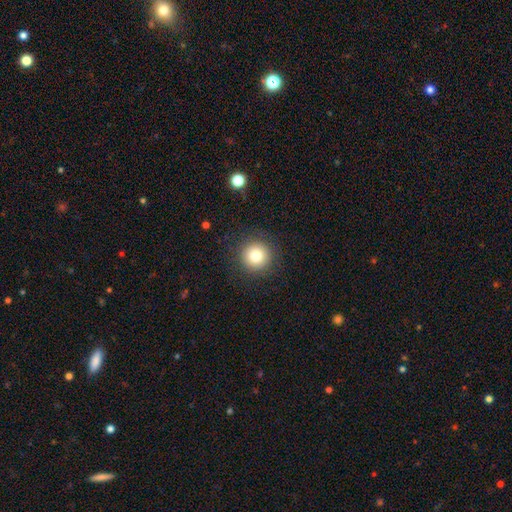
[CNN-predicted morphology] Overall: smooth (80%). How rounded: round (96%). Merging: none (90%).